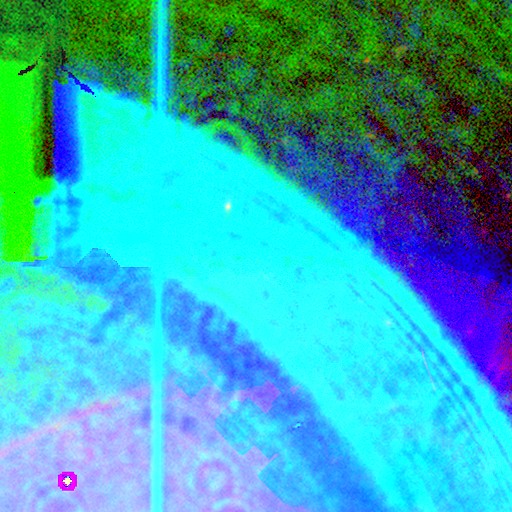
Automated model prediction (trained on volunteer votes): A star or artifact, not a galaxy (87%).